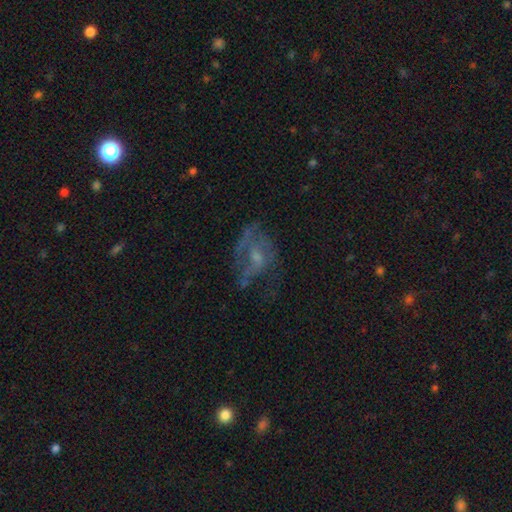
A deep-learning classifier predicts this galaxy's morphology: A featured or disk galaxy (59%) with no bar (72%), no spiral arms (62%) and a small central bulge (48%).

Vote fractions:
- Smooth or featured? featured or disk: 59% / smooth: 26% / star or artifact: 15%
- Edge-on disk? no: 97% / yes: 3%
- Bar? no: 72% / weak: 24% / strong: 4%
- Spiral arms? no: 62% / yes: 38%
- Bulge size? small: 48% / moderate: 30% / none: 19% / large: 2% / dominant: 1%
- Merging? none: 40% / major disturbance: 34% / minor disturbance: 22% / merger: 3%